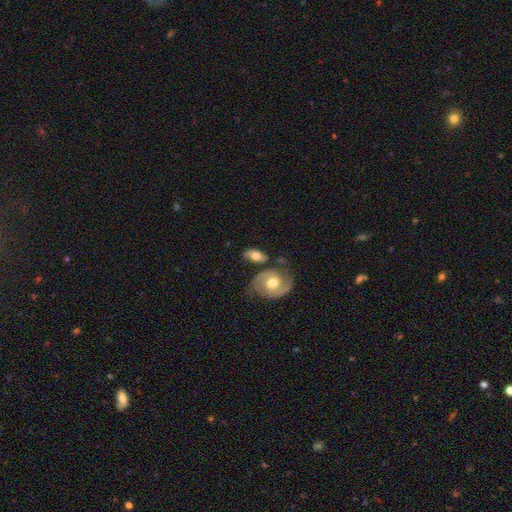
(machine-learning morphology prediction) smooth-or-featured: smooth: 49% | featured or disk: 44% | star or artifact: 7%
  merging: none: 57% | minor disturbance: 19% | merger: 17% | major disturbance: 7%